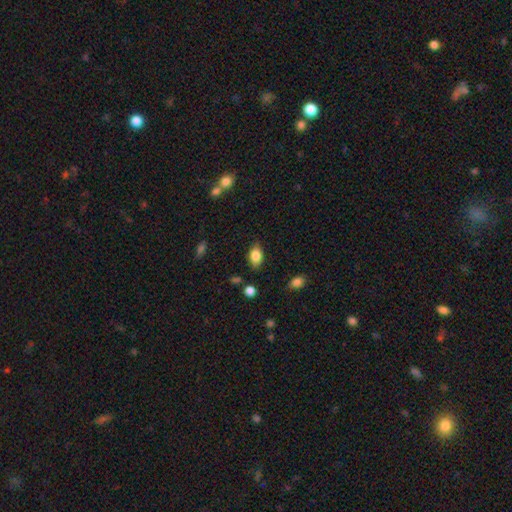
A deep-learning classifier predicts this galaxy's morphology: A smooth galaxy with no disk features (79%) that is in between round and cigar-shaped (85%).

Vote fractions:
- Smooth or featured? smooth: 79% / featured or disk: 12% / star or artifact: 8%
- How rounded? in between: 85% / round: 12% / cigar-shaped: 3%
- Merging? none: 81% / minor disturbance: 14% / major disturbance: 3% / merger: 2%